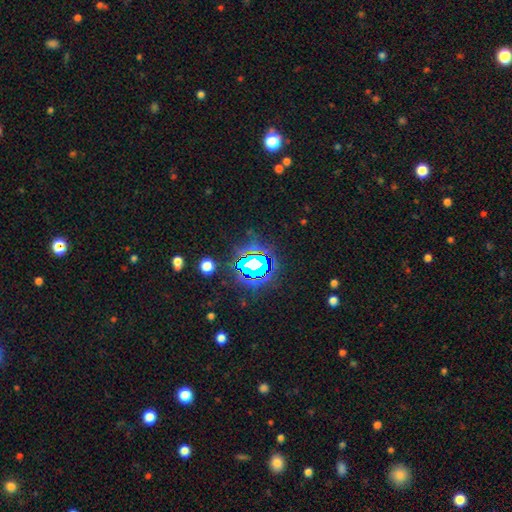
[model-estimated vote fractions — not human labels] Overall: star or artifact (77%).